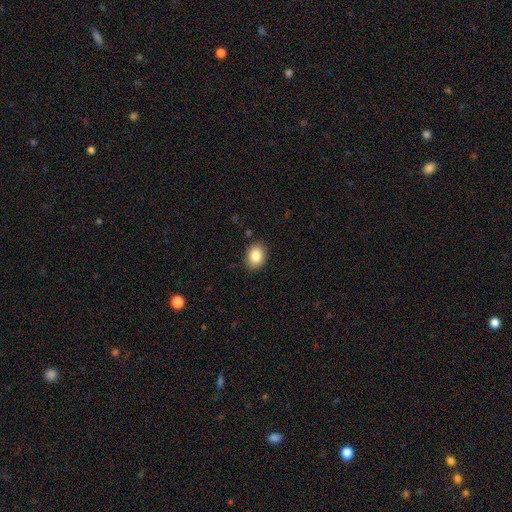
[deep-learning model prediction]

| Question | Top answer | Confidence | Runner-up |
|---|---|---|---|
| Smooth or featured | smooth | 85% | star or artifact (9%) |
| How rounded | in between | 60% | round (39%) |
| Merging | none | 87% | minor disturbance (9%) |